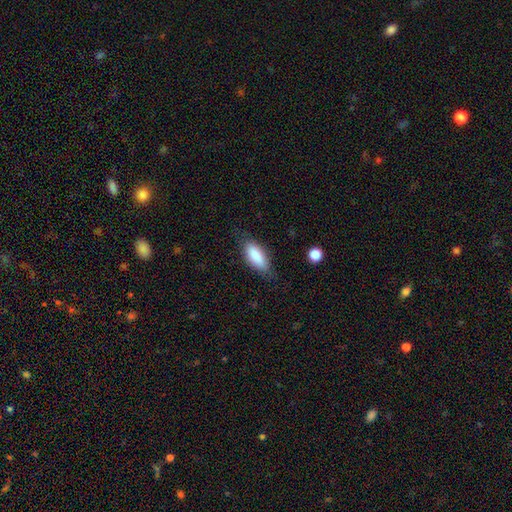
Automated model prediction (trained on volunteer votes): smooth_or_featured: smooth (p=0.85) [alt: featured or disk p=0.09]
how_rounded: in between (p=0.83) [alt: cigar-shaped p=0.15]
merging: none (p=0.73) [alt: minor disturbance p=0.20]